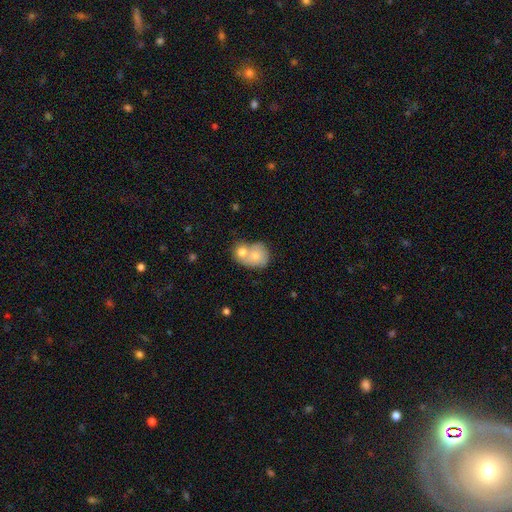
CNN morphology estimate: Smooth or featured: smooth — 71% (featured or disk — 22%)
How rounded: round — 62% (in between — 37%)
Merging: merger — 67% (none — 22%)